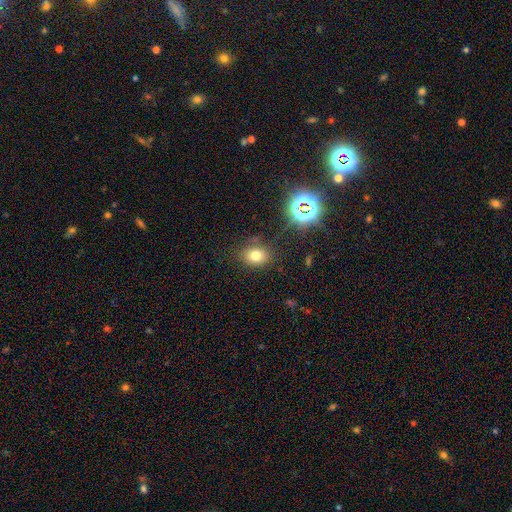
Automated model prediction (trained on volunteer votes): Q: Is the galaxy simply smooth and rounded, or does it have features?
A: smooth — 71%.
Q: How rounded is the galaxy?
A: in between — 55%.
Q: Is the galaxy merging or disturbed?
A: none — 80%.